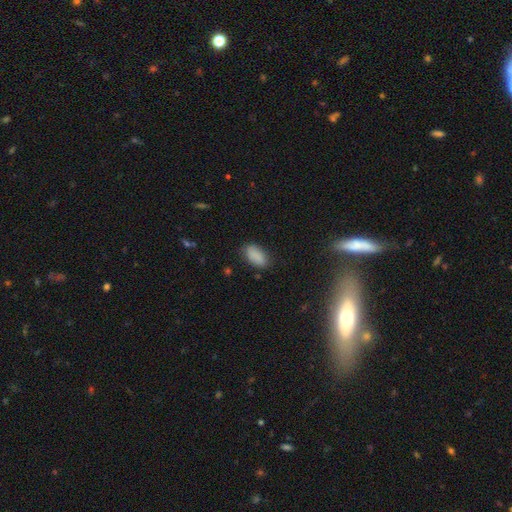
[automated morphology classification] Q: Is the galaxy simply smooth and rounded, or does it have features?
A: smooth — 88%.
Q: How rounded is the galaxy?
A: in between — 92%.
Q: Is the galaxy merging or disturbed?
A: none — 82%.